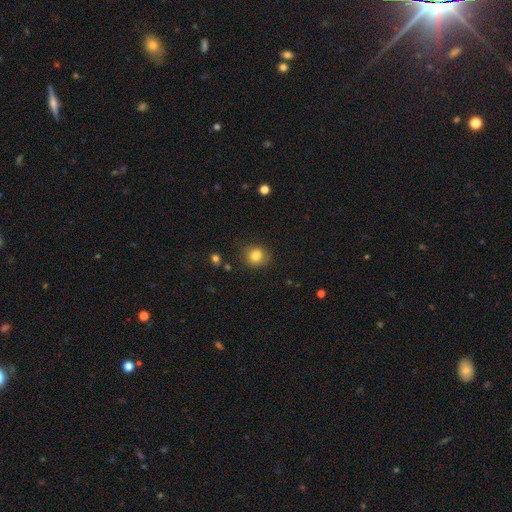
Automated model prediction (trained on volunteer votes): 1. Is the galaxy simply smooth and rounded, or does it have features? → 83% smooth, 11% star or artifact, 6% featured or disk.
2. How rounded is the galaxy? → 83% round, 16% in between, 1% cigar-shaped.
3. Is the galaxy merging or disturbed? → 83% none, 12% minor disturbance, 3% major disturbance, 2% merger.